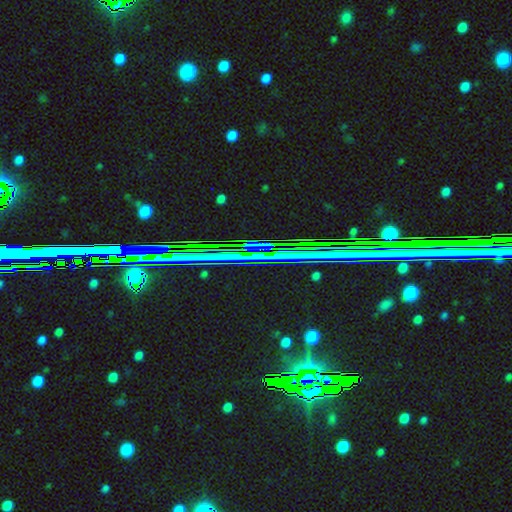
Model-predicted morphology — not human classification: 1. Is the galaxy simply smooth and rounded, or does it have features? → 79% star or artifact, 11% featured or disk, 9% smooth.